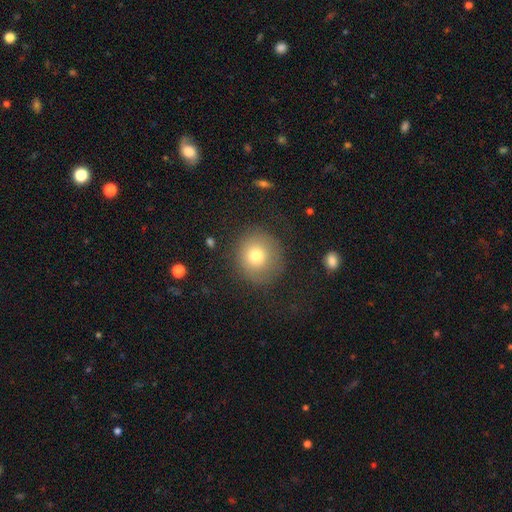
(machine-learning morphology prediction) A smooth galaxy with no disk features (74%) that is round (86%). Merging: none (78%).